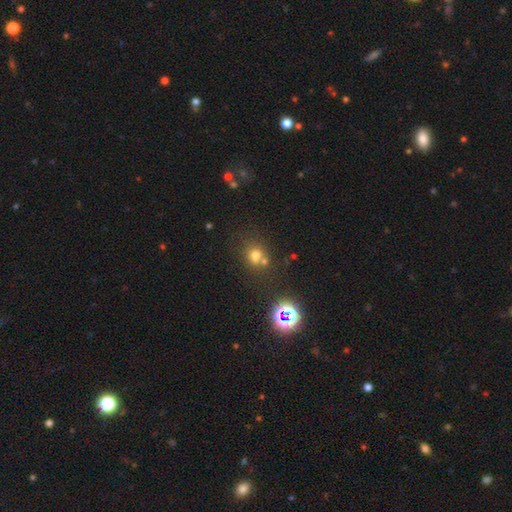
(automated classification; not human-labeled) Q: Smooth or featured?
A: smooth (68%); runner-up: star or artifact (21%)
Q: How rounded?
A: round (71%); runner-up: in between (28%)
Q: Merging?
A: none (52%); runner-up: merger (33%)